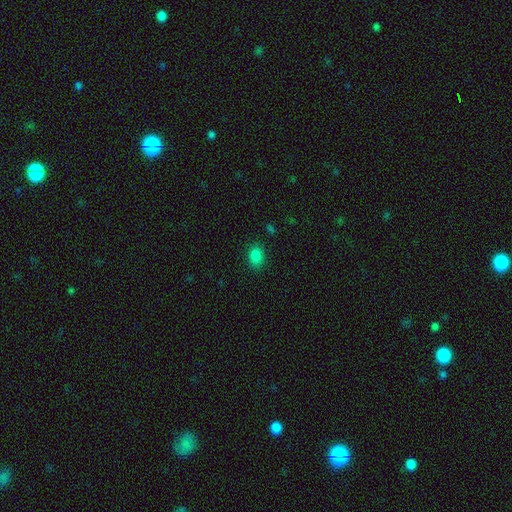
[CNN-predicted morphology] smooth 84%, star or artifact 12%, featured or disk 4%. Down the decision tree: how rounded — in between (74%); merging — none (85%).